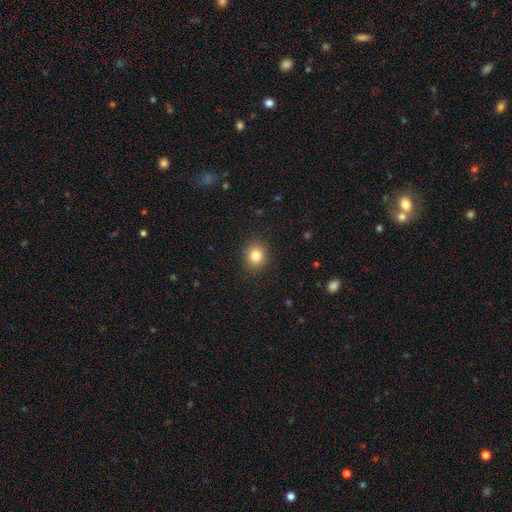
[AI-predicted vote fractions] Smooth or featured: smooth — 83% (star or artifact — 11%)
How rounded: round — 79% (in between — 20%)
Merging: none — 89% (minor disturbance — 7%)